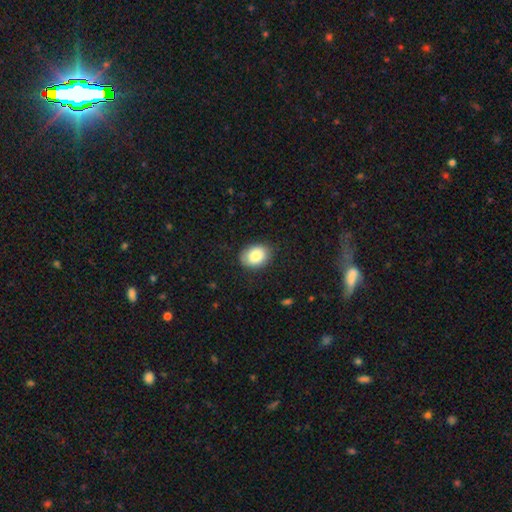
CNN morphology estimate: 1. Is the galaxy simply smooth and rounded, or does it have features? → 84% smooth, 8% featured or disk, 7% star or artifact.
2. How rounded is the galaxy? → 69% in between, 30% round, 1% cigar-shaped.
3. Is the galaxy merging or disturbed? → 83% none, 13% minor disturbance, 3% major disturbance, 1% merger.